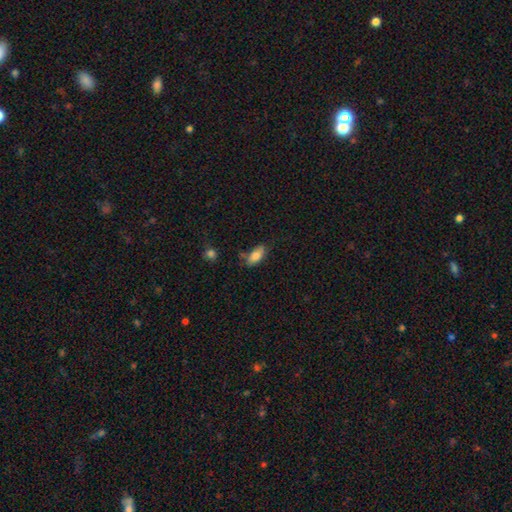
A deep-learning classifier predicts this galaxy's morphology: Smooth or featured?
  - smooth: 80% *
  - featured or disk: 12%
  - star or artifact: 7%
How rounded?
  - in between: 85% *
  - cigar-shaped: 12%
  - round: 3%
Merging?
  - none: 66% *
  - minor disturbance: 22%
  - merger: 7%
  - major disturbance: 5%